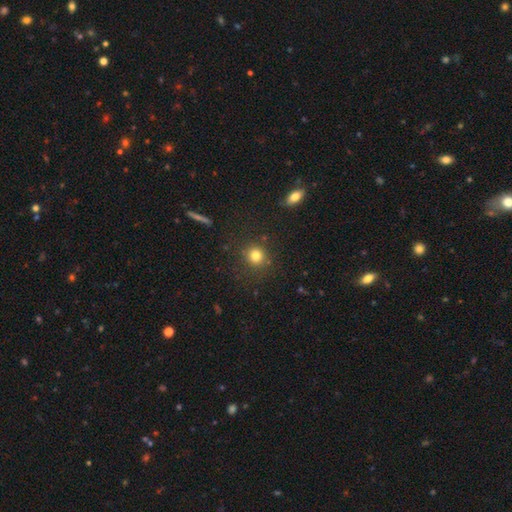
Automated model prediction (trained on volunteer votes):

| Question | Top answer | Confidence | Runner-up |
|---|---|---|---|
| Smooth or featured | smooth | 81% | star or artifact (13%) |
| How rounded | round | 90% | in between (9%) |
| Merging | none | 85% | minor disturbance (9%) |